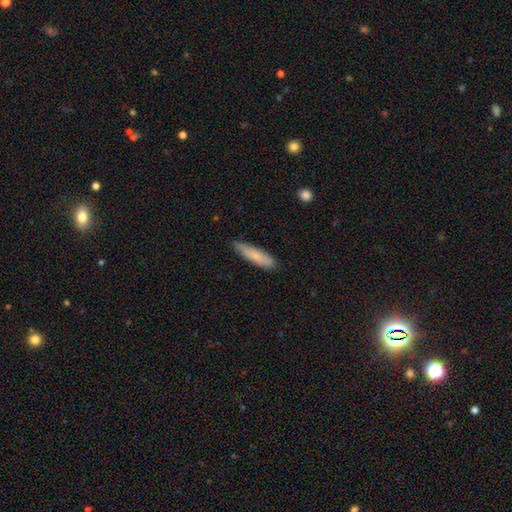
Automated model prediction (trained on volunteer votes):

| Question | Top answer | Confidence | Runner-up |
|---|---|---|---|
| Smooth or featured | smooth | 79% | featured or disk (16%) |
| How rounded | cigar-shaped | 76% | in between (23%) |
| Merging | none | 83% | minor disturbance (14%) |